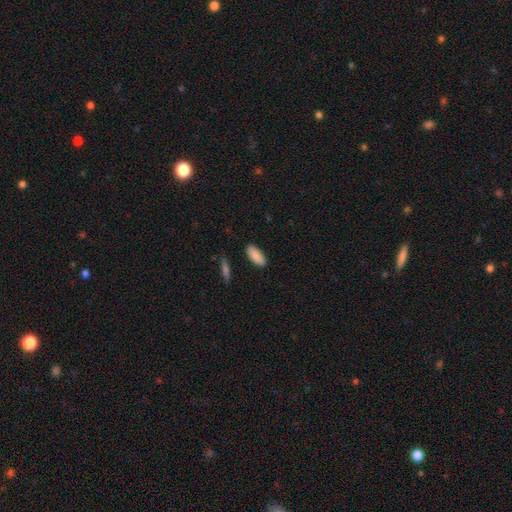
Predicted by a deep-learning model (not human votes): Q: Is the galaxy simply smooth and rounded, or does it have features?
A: smooth — 89%.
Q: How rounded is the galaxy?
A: in between — 86%.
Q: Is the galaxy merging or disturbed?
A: none — 88%.